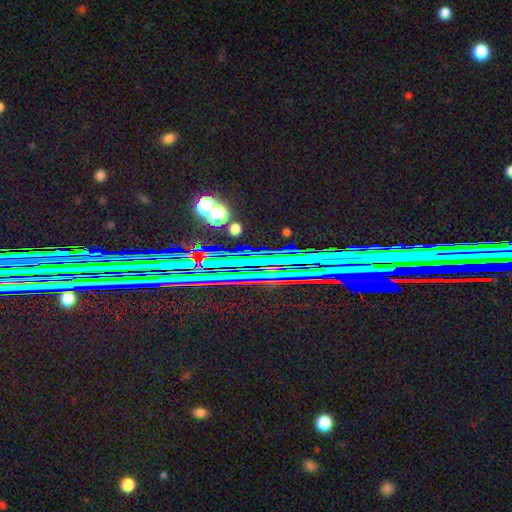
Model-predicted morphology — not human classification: This is likely a star or artifact rather than a galaxy (74%).